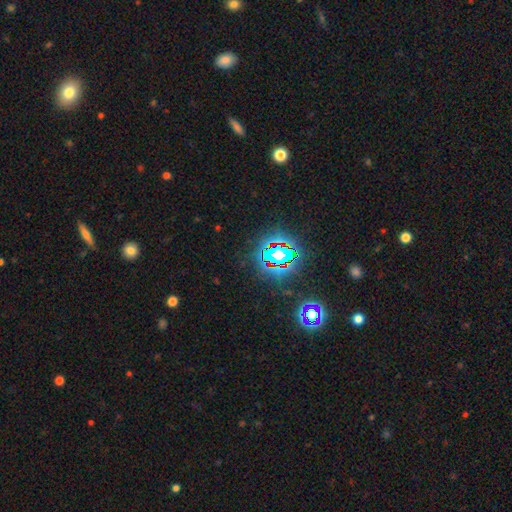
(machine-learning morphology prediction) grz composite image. It shows a star or artifact, not a galaxy (78%).